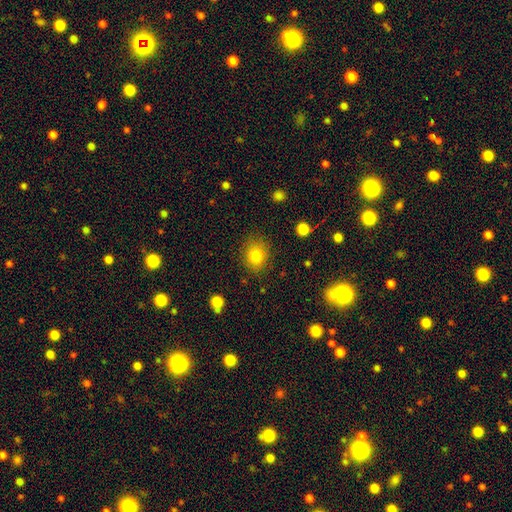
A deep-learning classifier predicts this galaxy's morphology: smooth-or-featured: smooth: 81% | star or artifact: 11% | featured or disk: 8%
  how-rounded: round: 66% | in between: 33% | cigar-shaped: 1%
  merging: none: 84% | minor disturbance: 10% | major disturbance: 3% | merger: 2%